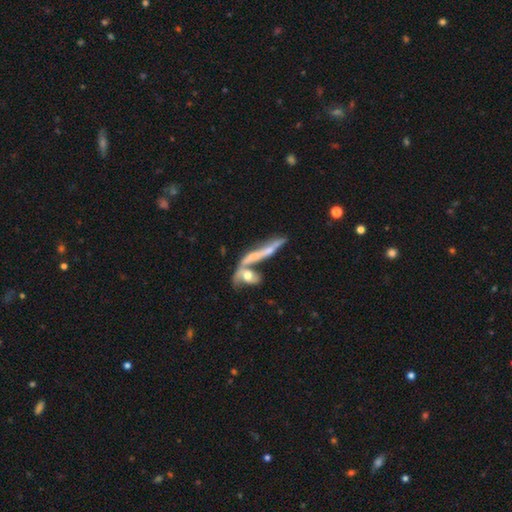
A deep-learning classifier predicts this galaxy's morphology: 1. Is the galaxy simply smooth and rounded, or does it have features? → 57% featured or disk, 34% smooth, 9% star or artifact.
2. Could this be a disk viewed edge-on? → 62% yes, 38% no.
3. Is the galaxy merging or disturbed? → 46% merger, 29% none, 13% minor disturbance, 12% major disturbance.